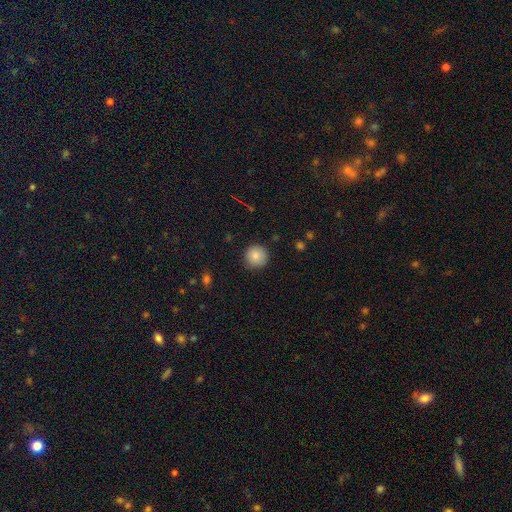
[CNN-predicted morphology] Smooth or featured: smooth — 84% (star or artifact — 9%)
How rounded: round — 95% (in between — 4%)
Merging: none — 89% (minor disturbance — 8%)